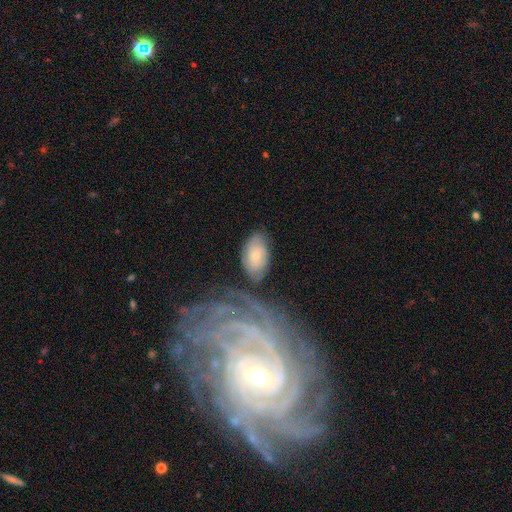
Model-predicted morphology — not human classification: This appears to be a smooth galaxy with no disk features (51%) that is in between round and cigar-shaped (91%). Merging: none (61%).